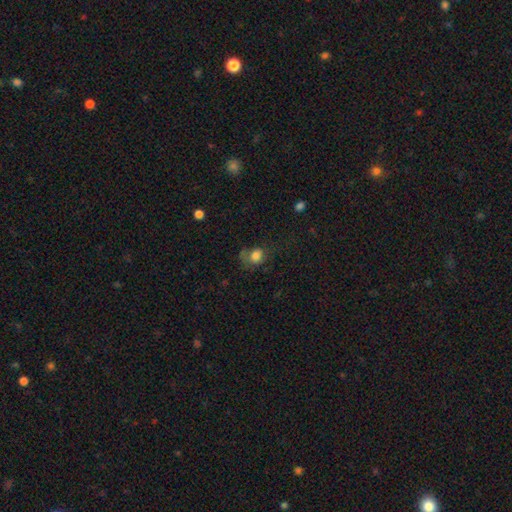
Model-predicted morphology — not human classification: smooth-or-featured: smooth: 77% | featured or disk: 12% | star or artifact: 11%
  how-rounded: round: 57% | in between: 42% | cigar-shaped: 1%
  merging: none: 44% | major disturbance: 27% | minor disturbance: 25% | merger: 4%